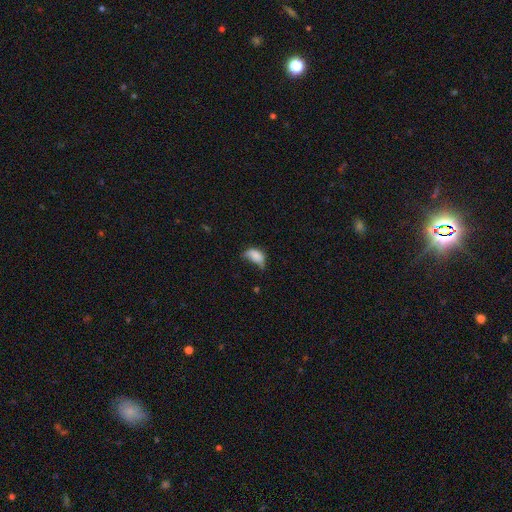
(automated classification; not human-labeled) Q: Smooth or featured?
A: smooth (78%); runner-up: featured or disk (13%)
Q: How rounded?
A: in between (90%); runner-up: round (8%)
Q: Merging?
A: minor disturbance (39%); runner-up: major disturbance (31%)